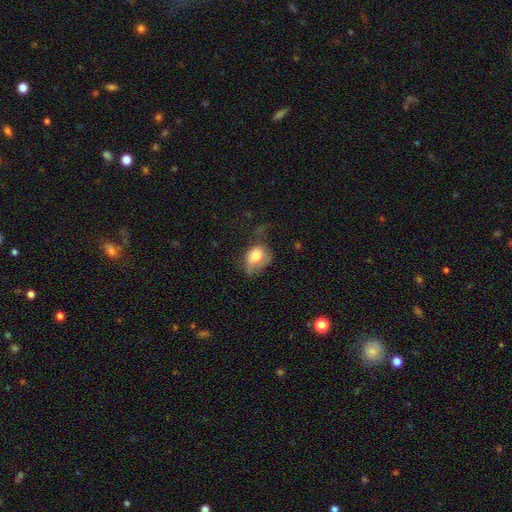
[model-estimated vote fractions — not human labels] Smooth or featured?
  - smooth: 71% *
  - featured or disk: 21%
  - star or artifact: 8%
How rounded?
  - in between: 75% *
  - round: 24%
  - cigar-shaped: 2%
Merging?
  - minor disturbance: 35% *
  - none: 31%
  - major disturbance: 30%
  - merger: 3%